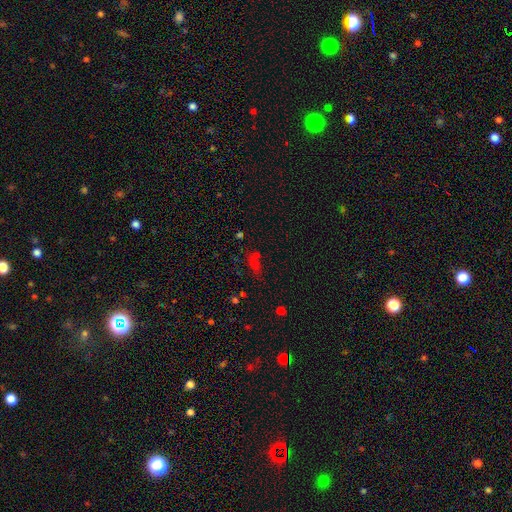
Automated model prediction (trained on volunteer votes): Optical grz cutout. It shows a smooth galaxy with no disk features (51%) that is in between round and cigar-shaped (65%). Merging: none (52%).